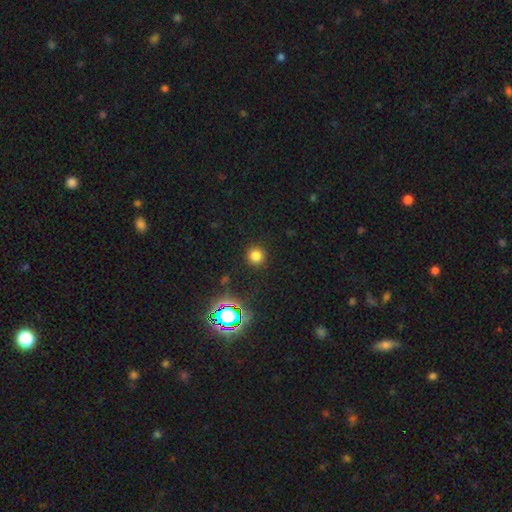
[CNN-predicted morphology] type=smooth (76%); roundness=round (95%); merging=none (91%).